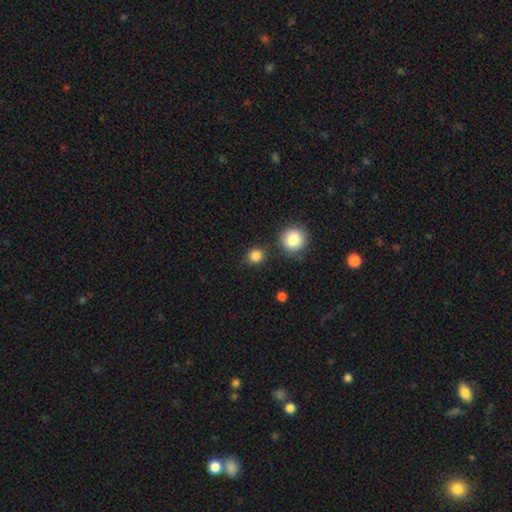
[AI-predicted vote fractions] Q: Smooth or featured?
A: smooth (85%); runner-up: star or artifact (12%)
Q: How rounded?
A: round (89%); runner-up: in between (10%)
Q: Merging?
A: none (83%); runner-up: minor disturbance (8%)